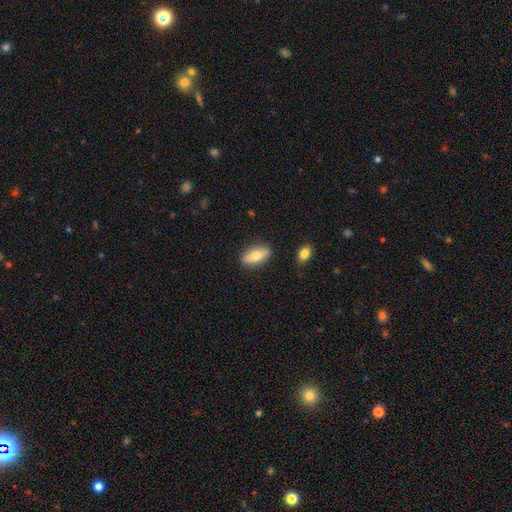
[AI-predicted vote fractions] smooth_or_featured: smooth (p=0.66) [alt: featured or disk p=0.27]
how_rounded: in between (p=0.75) [alt: cigar-shaped p=0.22]
merging: none (p=0.85) [alt: minor disturbance p=0.10]